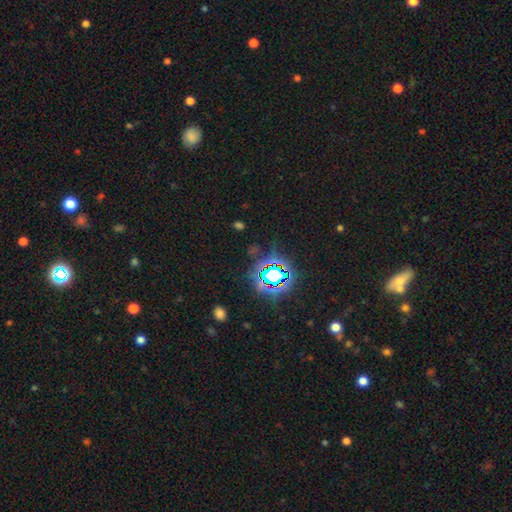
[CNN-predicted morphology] Overall: star or artifact (80%).